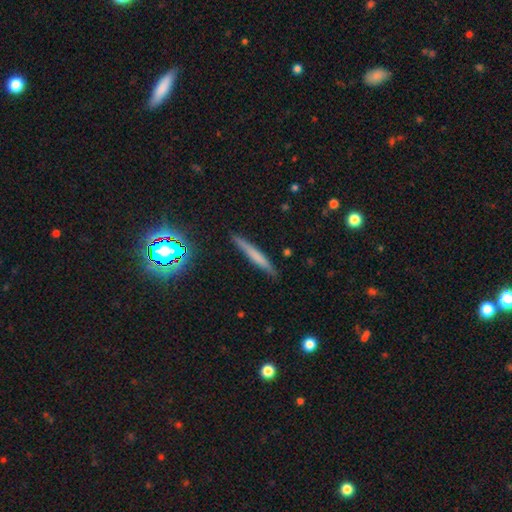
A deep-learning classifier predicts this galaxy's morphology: Q: Smooth or featured?
A: smooth (55%); runner-up: featured or disk (33%)
Q: How rounded?
A: cigar-shaped (95%); runner-up: in between (4%)
Q: Merging?
A: none (87%); runner-up: minor disturbance (10%)